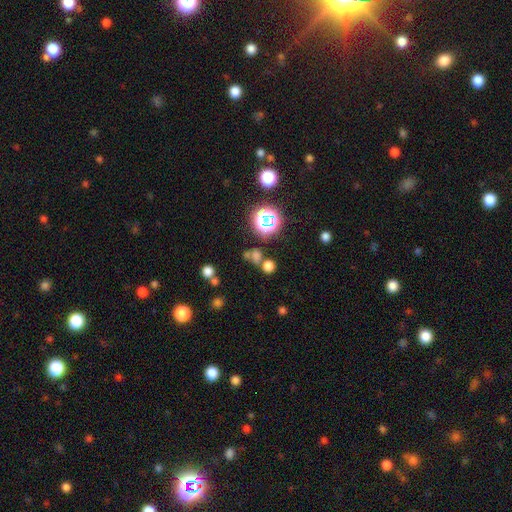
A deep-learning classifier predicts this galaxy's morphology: Smooth or featured: smooth — 55% (star or artifact — 36%)
How rounded: round — 73% (in between — 25%)
Merging: none — 57% (merger — 26%)